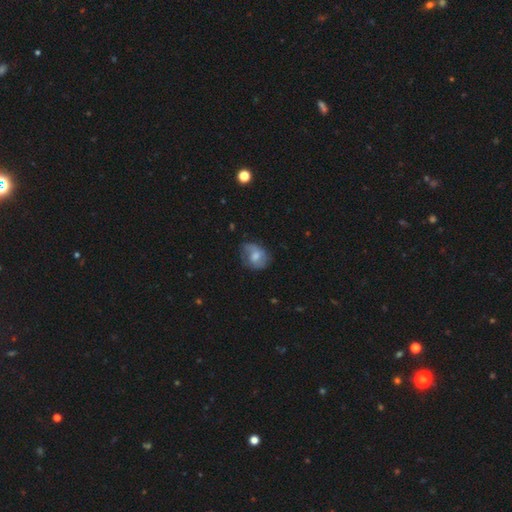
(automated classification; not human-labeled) This appears to be a smooth galaxy with no disk features (53%) that is in between round and cigar-shaped (52%). Merging: none (54%).